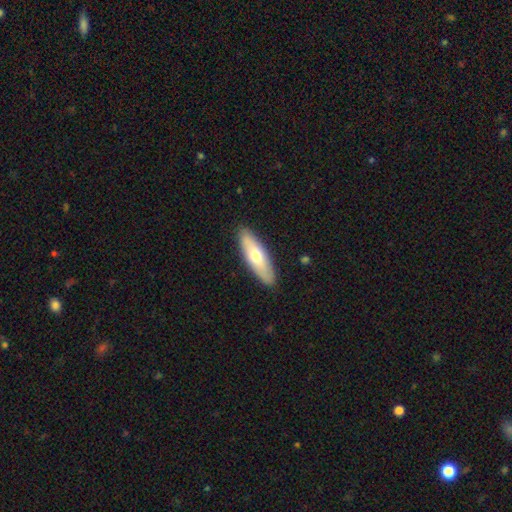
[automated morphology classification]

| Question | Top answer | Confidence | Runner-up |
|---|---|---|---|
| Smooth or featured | smooth | 63% | featured or disk (32%) |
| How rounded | in between | 50% | cigar-shaped (48%) |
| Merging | none | 89% | minor disturbance (8%) |